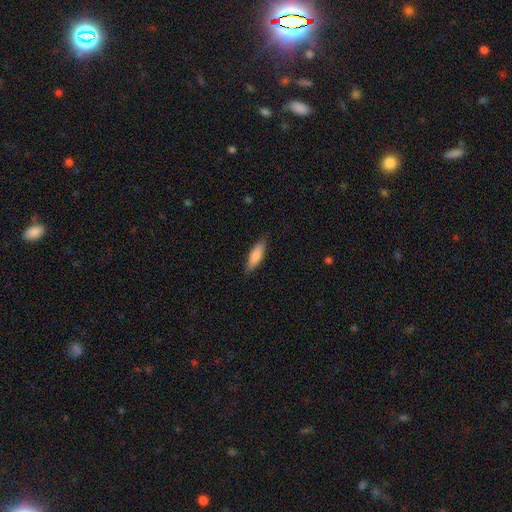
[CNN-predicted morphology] Overall: smooth (83%). How rounded: cigar-shaped (55%; in between 43%). Merging: none (86%).